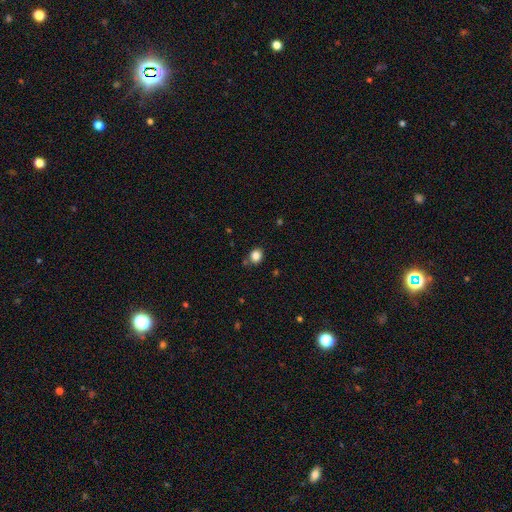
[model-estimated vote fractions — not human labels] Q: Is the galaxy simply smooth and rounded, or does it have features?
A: smooth — 84%.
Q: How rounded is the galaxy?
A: round — 59%.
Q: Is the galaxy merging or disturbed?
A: none — 79%.